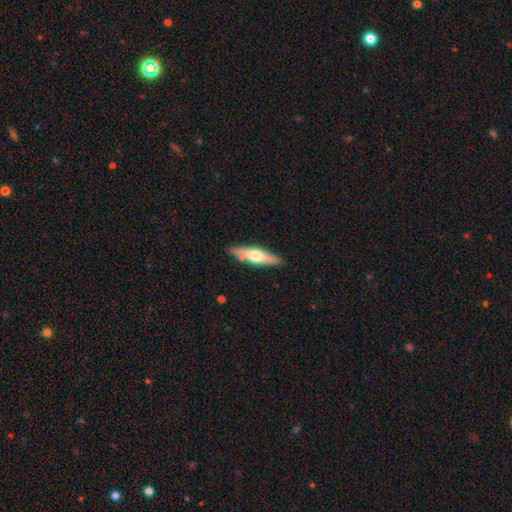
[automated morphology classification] Overall: featured or disk (49%; smooth 46%). Merging: none (84%).